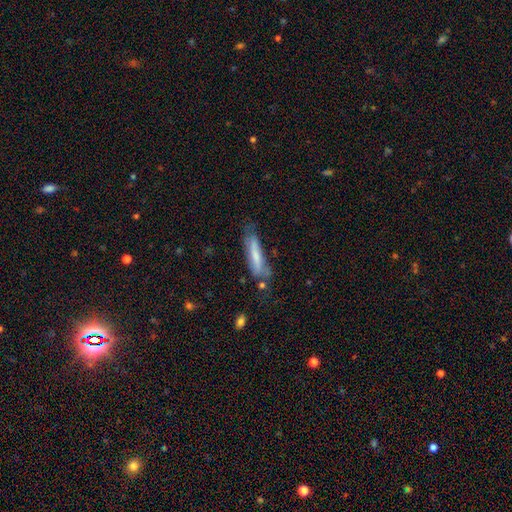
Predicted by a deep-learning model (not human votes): Overall: smooth (63%; featured or disk 31%). How rounded: cigar-shaped (83%). Merging: none (56%; minor disturbance 27%).